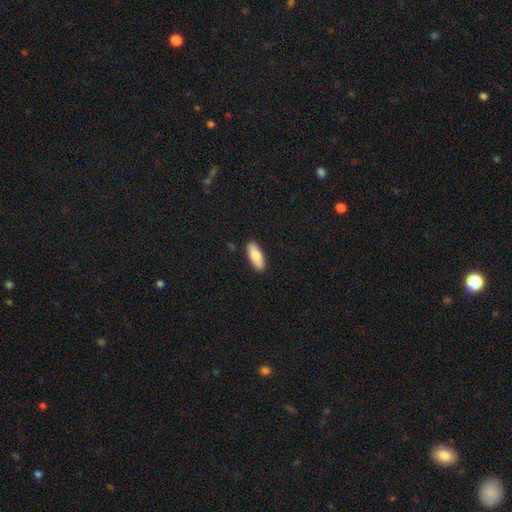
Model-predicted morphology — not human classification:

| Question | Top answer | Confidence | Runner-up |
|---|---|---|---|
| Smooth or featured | smooth | 77% | featured or disk (17%) |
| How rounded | in between | 69% | cigar-shaped (29%) |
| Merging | none | 90% | minor disturbance (7%) |